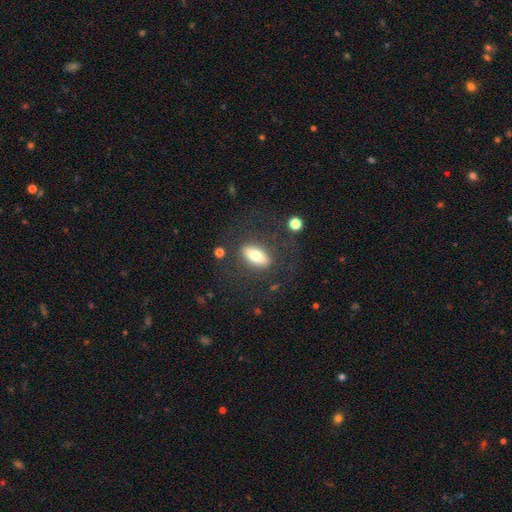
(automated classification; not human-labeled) This is likely a smooth galaxy (69%). How rounded: likely in between (80%). Merging: likely none (76%).